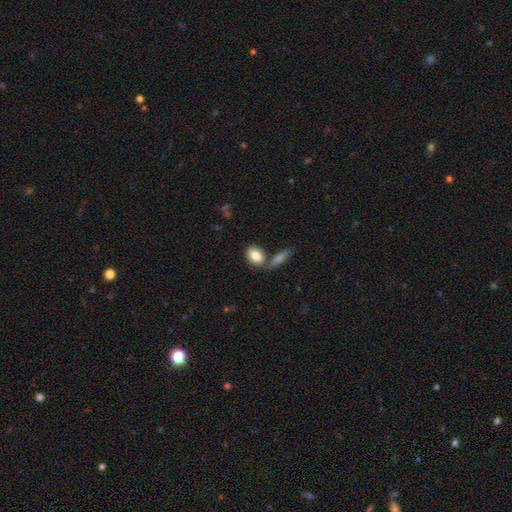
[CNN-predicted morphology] Smooth or featured? smooth (83%)
How rounded? in between (83%)
Merging? none (59%)